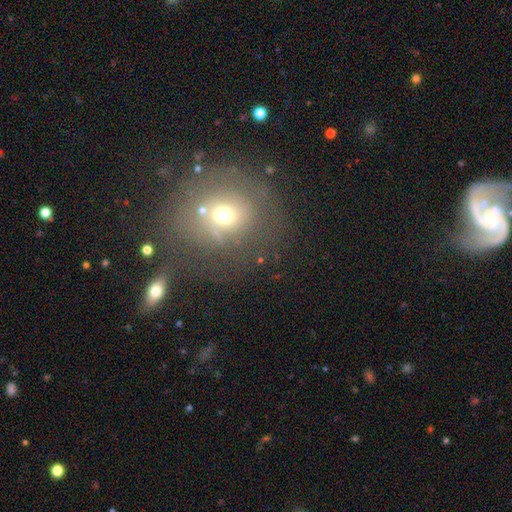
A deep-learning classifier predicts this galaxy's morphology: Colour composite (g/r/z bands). It shows a smooth galaxy with no disk features (44%). Merging: none (67%).